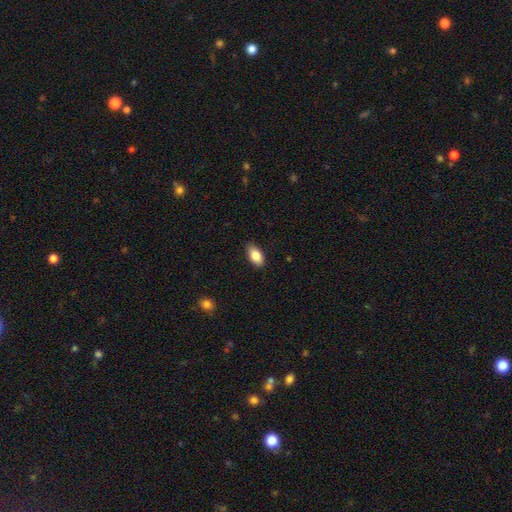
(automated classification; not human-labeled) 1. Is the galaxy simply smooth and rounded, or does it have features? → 85% smooth, 8% featured or disk, 7% star or artifact.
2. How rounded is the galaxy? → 93% in between, 4% round, 3% cigar-shaped.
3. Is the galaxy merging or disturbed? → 85% none, 12% minor disturbance, 2% major disturbance, 1% merger.